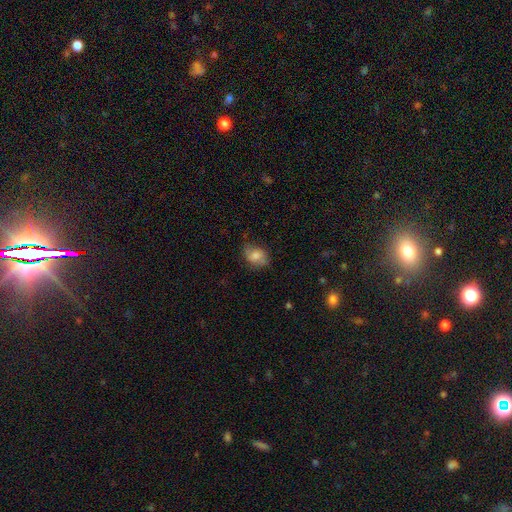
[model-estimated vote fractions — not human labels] smooth_or_featured: smooth (p=0.60) [alt: featured or disk p=0.31]
how_rounded: in between (p=0.63) [alt: round p=0.36]
merging: none (p=0.64) [alt: minor disturbance p=0.26]